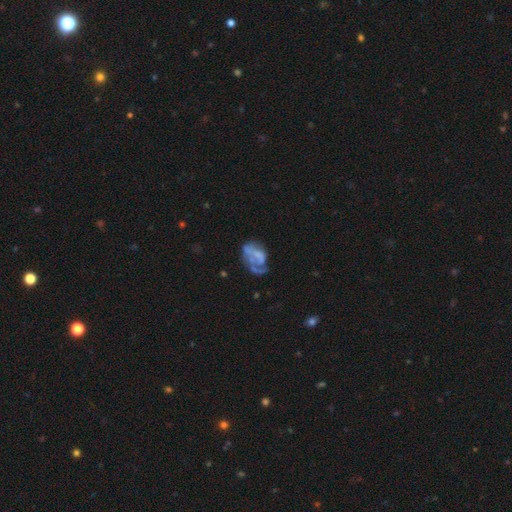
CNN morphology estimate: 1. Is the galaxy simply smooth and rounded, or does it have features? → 61% featured or disk, 28% smooth, 11% star or artifact.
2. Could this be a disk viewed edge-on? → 98% no, 2% yes.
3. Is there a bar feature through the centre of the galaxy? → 71% no, 20% weak, 9% strong.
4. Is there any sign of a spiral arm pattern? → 62% no, 38% yes.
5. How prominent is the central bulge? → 68% none, 15% small, 12% moderate, 4% large, 1% dominant.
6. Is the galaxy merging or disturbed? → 40% major disturbance, 30% none, 22% minor disturbance, 8% merger.